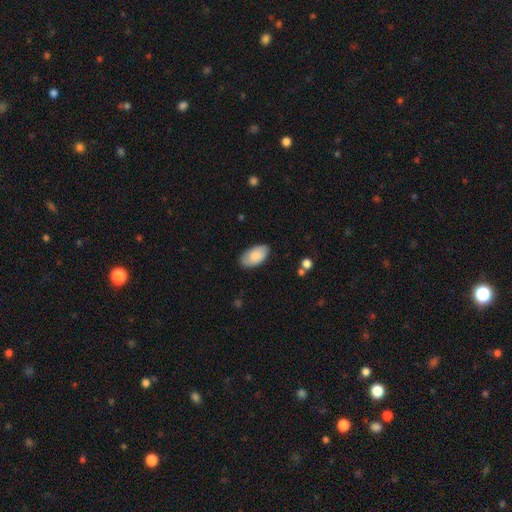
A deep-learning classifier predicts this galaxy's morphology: smooth_or_featured: smooth (p=0.85) [alt: featured or disk p=0.09]
how_rounded: in between (p=0.96) [alt: round p=0.03]
merging: none (p=0.80) [alt: minor disturbance p=0.16]